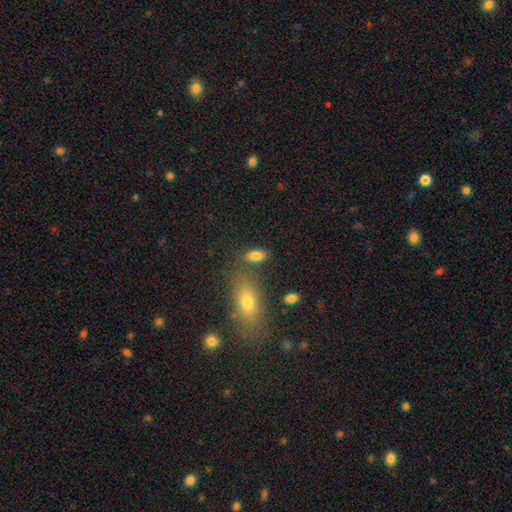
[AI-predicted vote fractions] Smooth or featured: smooth — 83% (star or artifact — 10%)
How rounded: in between — 87% (cigar-shaped — 8%)
Merging: none — 71% (minor disturbance — 13%)